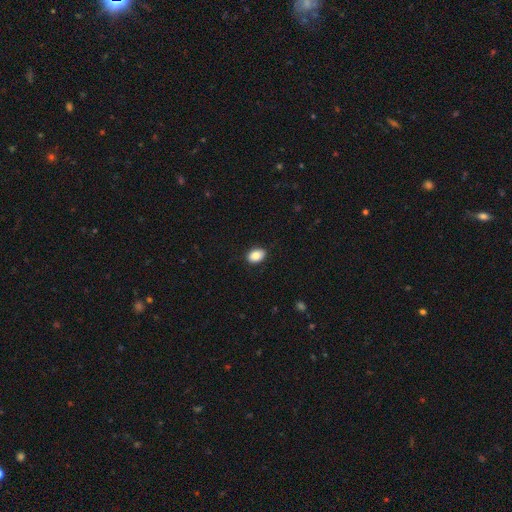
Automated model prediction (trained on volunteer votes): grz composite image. It shows a smooth galaxy with no disk features (86%) that is in between round and cigar-shaped (83%). Merging: none (88%).